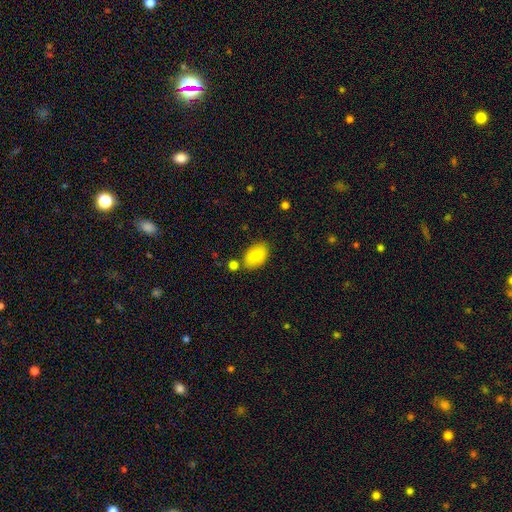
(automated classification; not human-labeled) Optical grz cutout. It shows a smooth galaxy with no disk features (82%) that is in between round and cigar-shaped (91%). Merging: none (75%).